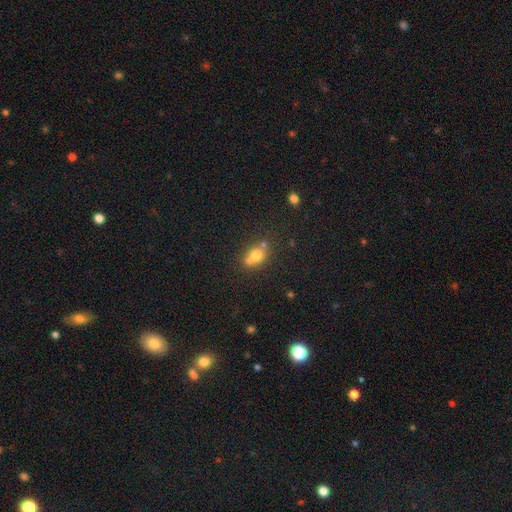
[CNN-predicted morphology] type=smooth (69%); roundness=round (60%); merging=none (46%).